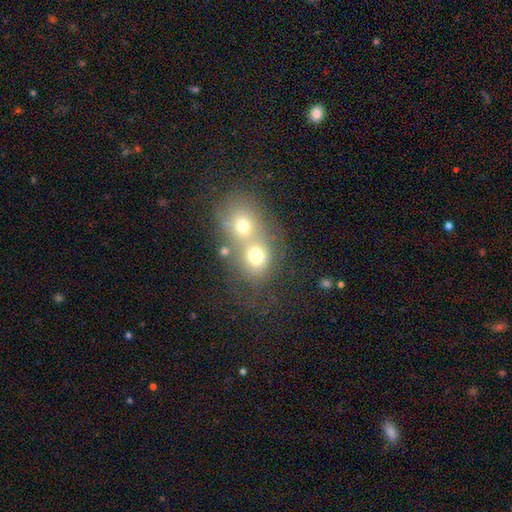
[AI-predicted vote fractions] A smooth galaxy with no disk features (66%) that is round (60%).

Vote fractions:
- Smooth or featured? smooth: 66% / featured or disk: 19% / star or artifact: 15%
- How rounded? round: 60% / in between: 39% / cigar-shaped: 1%
- Merging? merger: 67% / none: 22% / minor disturbance: 6% / major disturbance: 5%